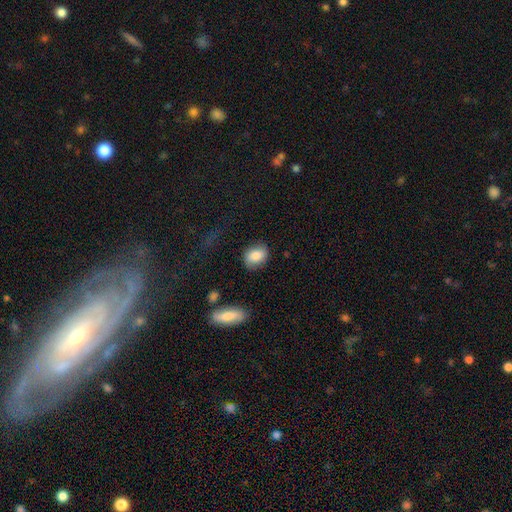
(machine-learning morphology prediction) This is clearly a smooth galaxy (82%). How rounded: likely in between (66%). Merging: likely none (79%).